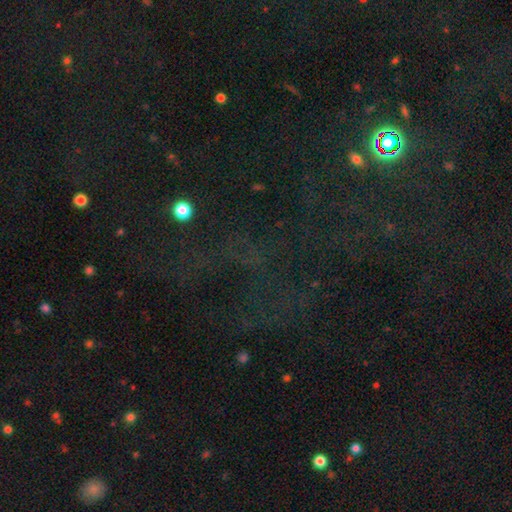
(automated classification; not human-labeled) A star or artifact, not a galaxy (70%).

Vote fractions:
- Smooth or featured? star or artifact: 70% / smooth: 16% / featured or disk: 14%